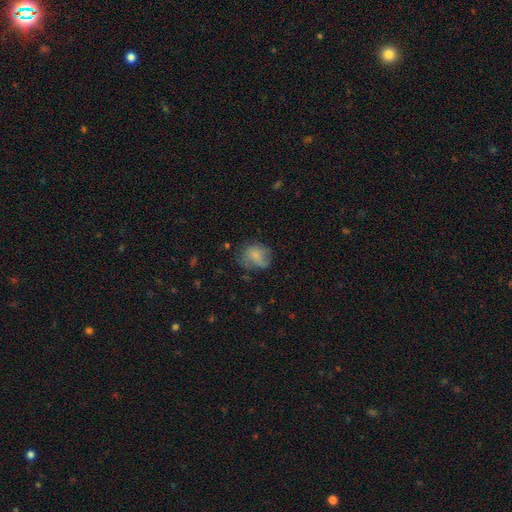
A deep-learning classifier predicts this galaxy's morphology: This is likely a smooth galaxy (69%). How rounded: possibly round (57%). Merging: possibly none (49%).